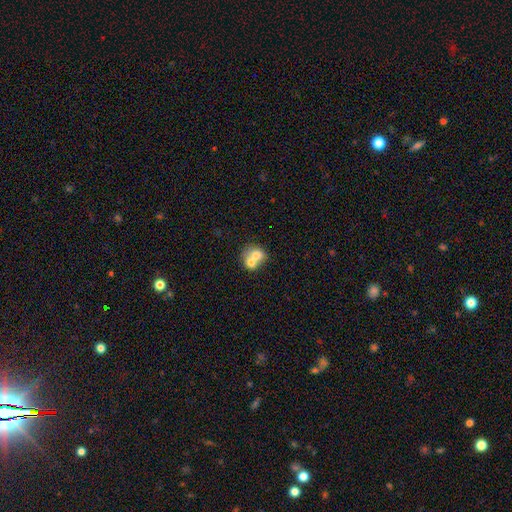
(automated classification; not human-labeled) Smooth or featured? smooth (68%)
How rounded? round (69%)
Merging? merger (70%)